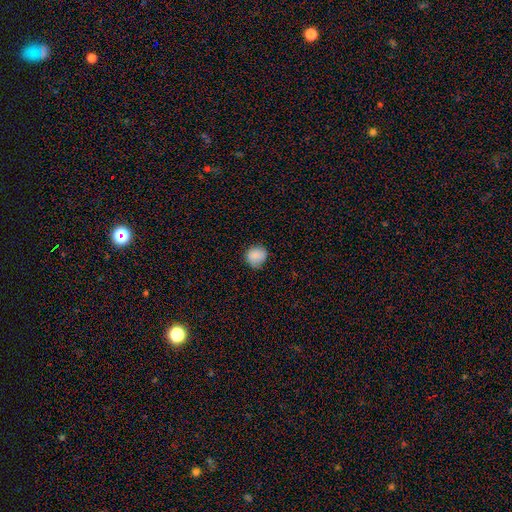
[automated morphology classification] Smooth or featured: smooth — 87% (star or artifact — 9%)
How rounded: round — 84% (in between — 15%)
Merging: none — 76% (minor disturbance — 20%)